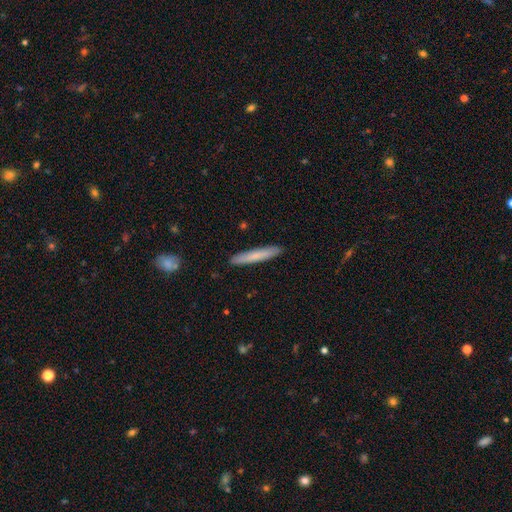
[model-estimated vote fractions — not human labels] This appears to be a smooth galaxy with no disk features (73%) that is cigar-shaped (95%). Merging: none (91%).